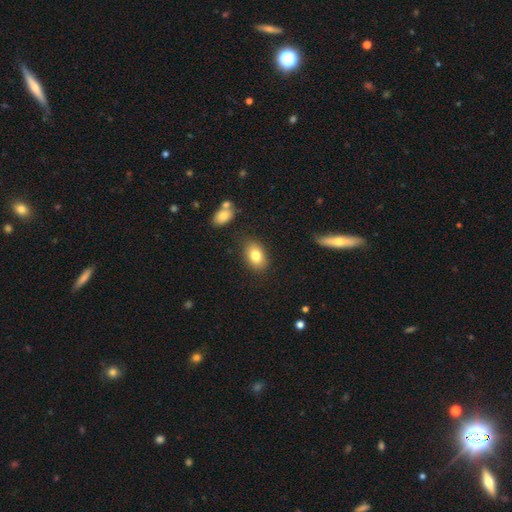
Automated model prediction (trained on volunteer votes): smooth 80%, featured or disk 11%, star or artifact 9%. Down the decision tree: how rounded — in between (82%); merging — none (83%).